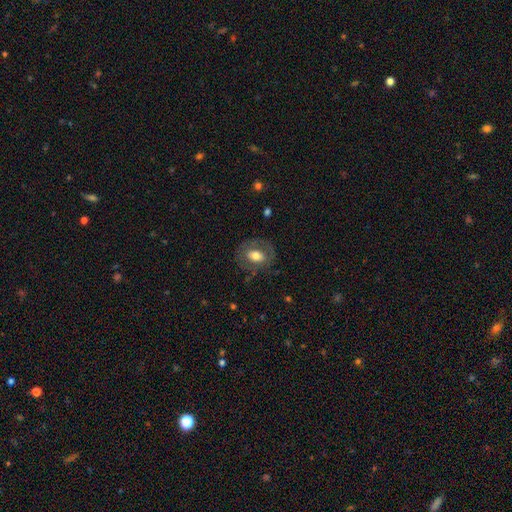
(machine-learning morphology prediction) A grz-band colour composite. It shows a smooth galaxy with no disk features (55%) that is in between round and cigar-shaped (61%). Merging: none (72%).